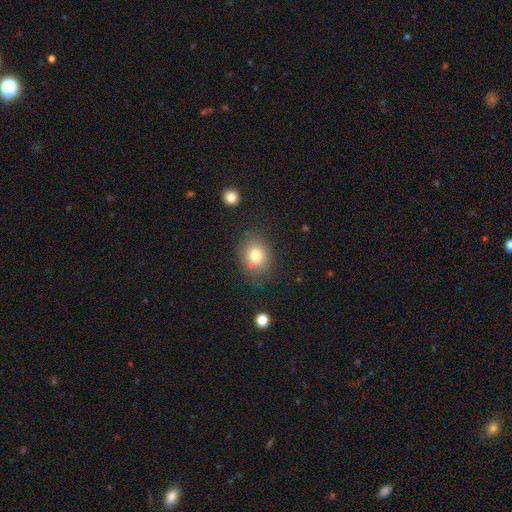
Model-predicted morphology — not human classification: Overall: smooth (78%). How rounded: round (59%; in between 40%). Merging: none (79%).